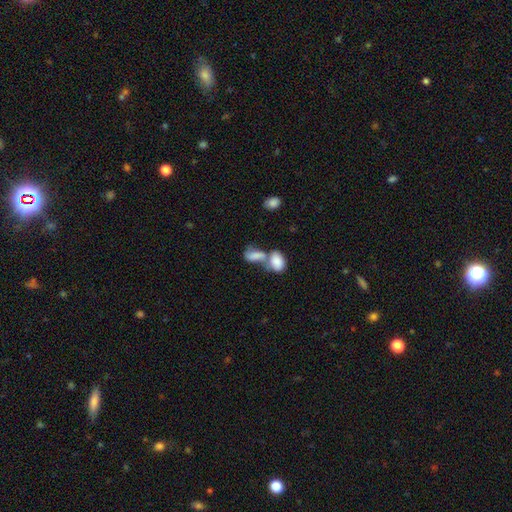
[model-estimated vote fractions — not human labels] Smooth or featured? smooth (78%)
How rounded? in between (90%)
Merging? merger (69%)